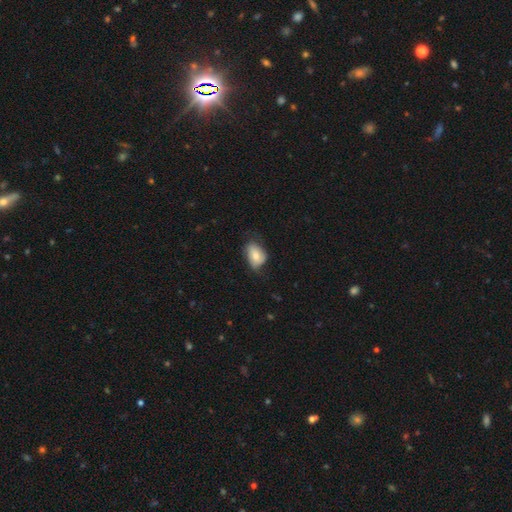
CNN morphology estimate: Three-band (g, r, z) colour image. It shows a smooth galaxy with no disk features (69%) that is in between round and cigar-shaped (83%). Merging: none (50%).